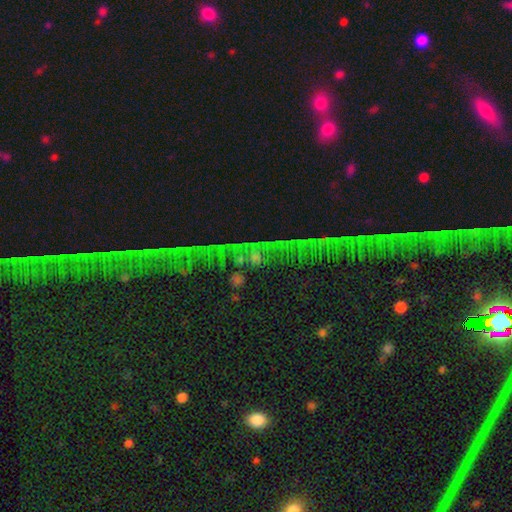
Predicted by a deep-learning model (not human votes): Overall: star or artifact (70%).